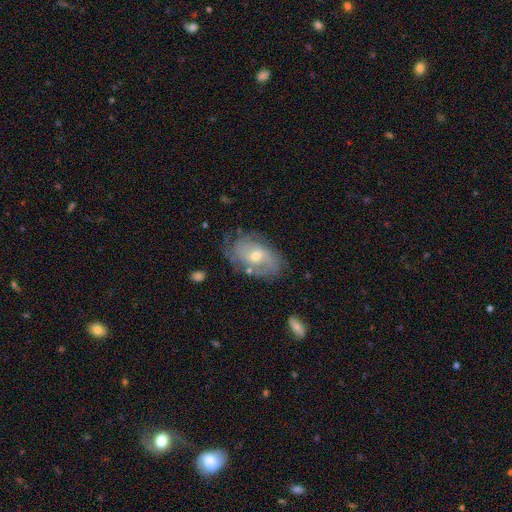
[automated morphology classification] Overall: featured or disk (77%). Edge-on disk: no (95%). Bar: no (68%). Spiral arms: yes (89%). Spiral arm count: can't tell (42%; 2 28%). Spiral winding: tight (55%; medium 33%). Bulge size: small (50%; moderate 47%). Merging: none (67%).